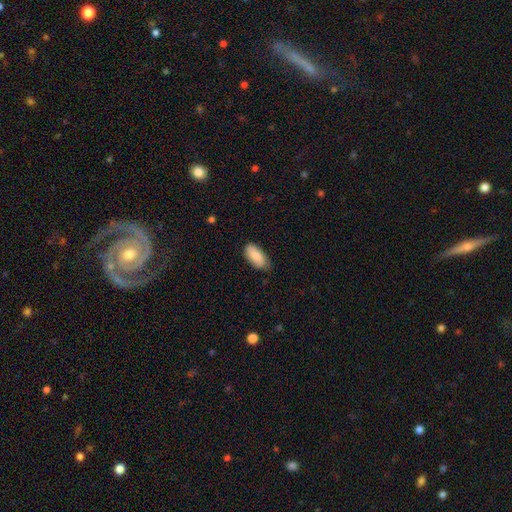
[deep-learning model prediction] A smooth galaxy with no disk features (82%) that is in between round and cigar-shaped (91%).

Vote fractions:
- Smooth or featured? smooth: 82% / featured or disk: 12% / star or artifact: 6%
- How rounded? in between: 91% / cigar-shaped: 6% / round: 2%
- Merging? none: 72% / minor disturbance: 24% / major disturbance: 3% / merger: 1%